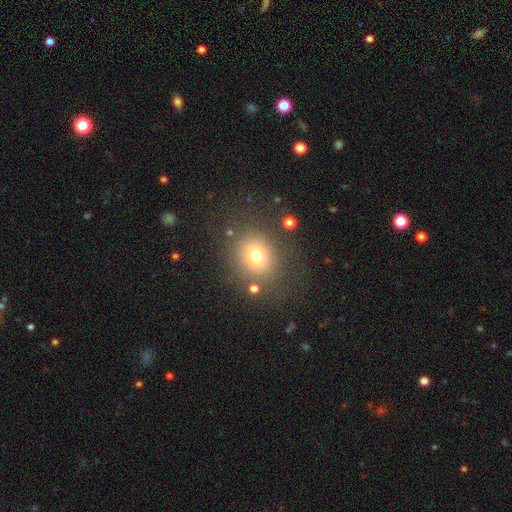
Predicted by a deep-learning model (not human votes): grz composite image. It shows a smooth galaxy with no disk features (73%) that is round (77%). Merging: none (79%).